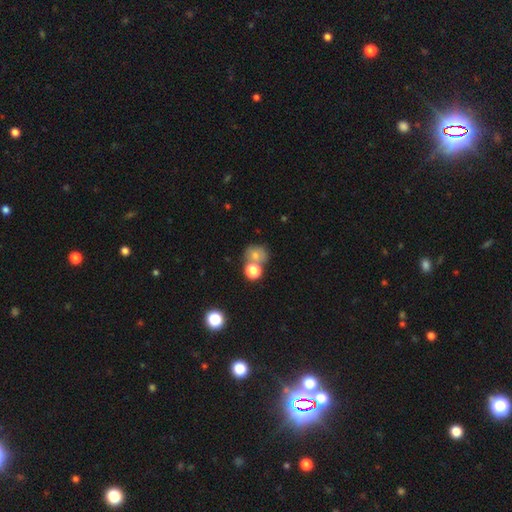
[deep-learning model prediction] Smooth or featured: smooth — 72% (star or artifact — 15%)
How rounded: round — 76% (in between — 23%)
Merging: none — 48% (merger — 36%)